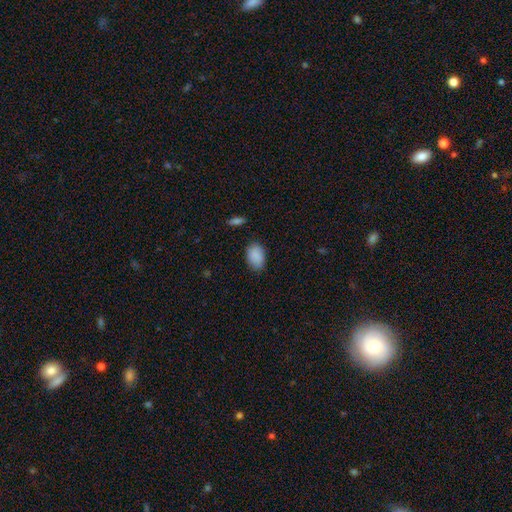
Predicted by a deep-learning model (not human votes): A smooth galaxy with no disk features (88%) that is in between round and cigar-shaped (86%).

Vote fractions:
- Smooth or featured? smooth: 88% / star or artifact: 7% / featured or disk: 5%
- How rounded? in between: 86% / round: 13% / cigar-shaped: 1%
- Merging? none: 78% / minor disturbance: 18% / major disturbance: 3% / merger: 1%